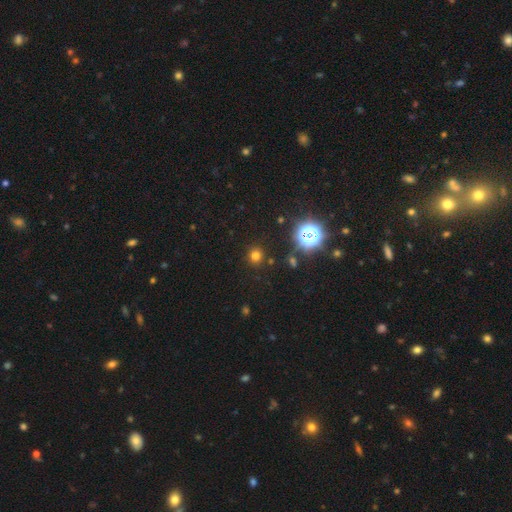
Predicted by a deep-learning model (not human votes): Smooth or featured? smooth (69%)
How rounded? round (91%)
Merging? none (88%)